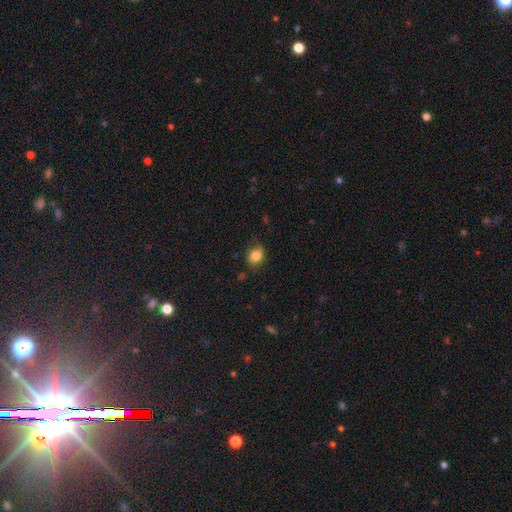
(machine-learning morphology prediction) The model was most divided on "how rounded": round: 53%, in between: 46%, cigar-shaped: 1%. More confident: smooth or featured — smooth (84%); merging — none (69%).